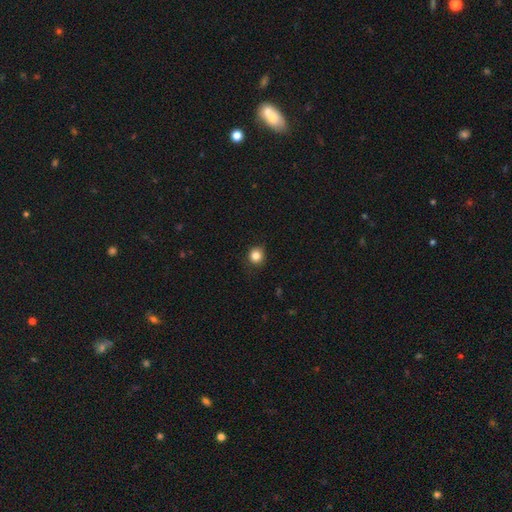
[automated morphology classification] Overall: smooth (84%). How rounded: round (87%). Merging: none (84%).